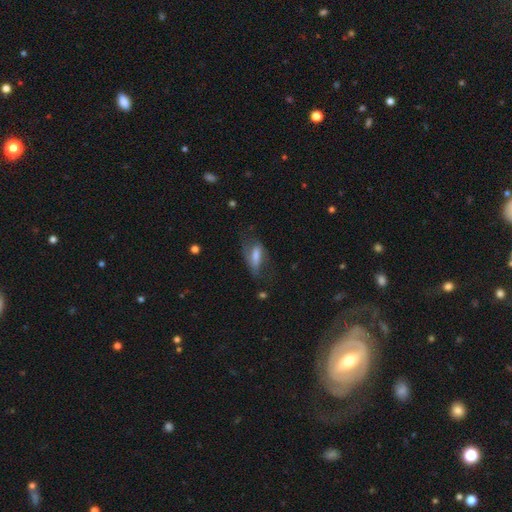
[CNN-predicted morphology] The model was most divided on "smooth or featured": smooth: 54%, featured or disk: 38%, star or artifact: 9%. Remaining: how rounded — in between (75%); merging — none (44%).